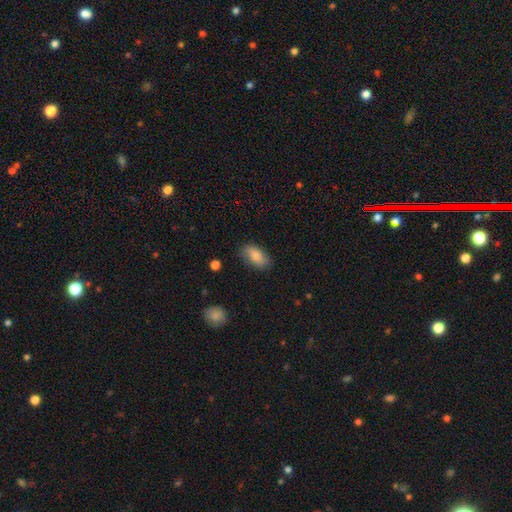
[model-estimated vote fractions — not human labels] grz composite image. It shows a smooth galaxy with no disk features (81%) that is in between round and cigar-shaped (92%). Merging: none (76%).